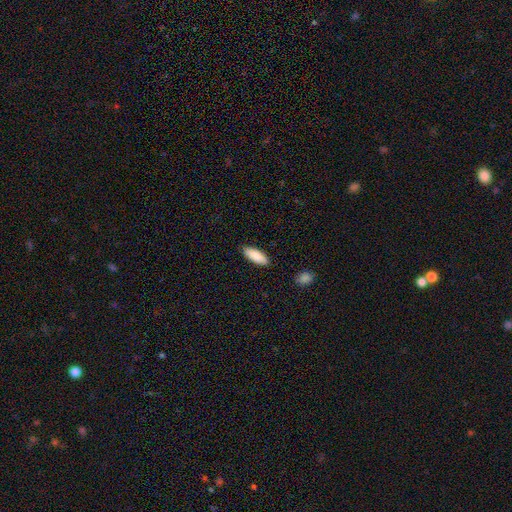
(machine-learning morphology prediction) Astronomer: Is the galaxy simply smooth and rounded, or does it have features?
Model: smooth — 88%.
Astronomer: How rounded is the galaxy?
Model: in between — 73%.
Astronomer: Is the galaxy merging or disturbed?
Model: none — 89%.